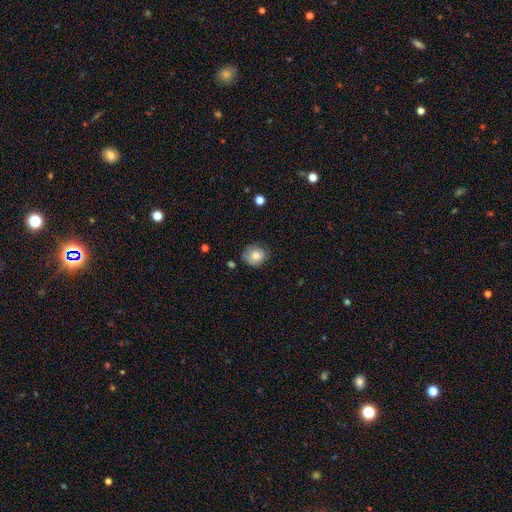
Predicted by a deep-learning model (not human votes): Smooth or featured?
  - smooth: 71% *
  - featured or disk: 21%
  - star or artifact: 8%
How rounded?
  - round: 78% *
  - in between: 21%
  - cigar-shaped: 1%
Merging?
  - none: 69% *
  - minor disturbance: 23%
  - major disturbance: 6%
  - merger: 2%